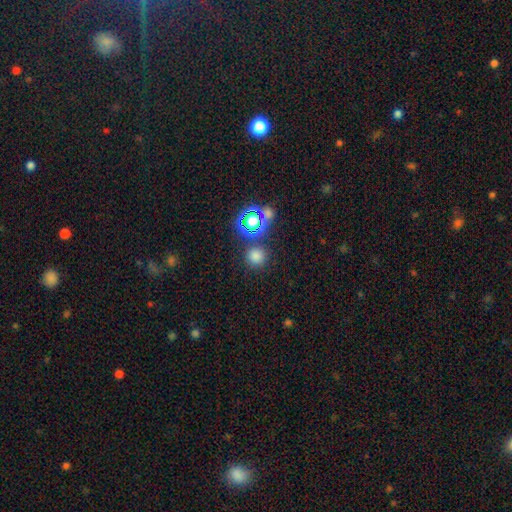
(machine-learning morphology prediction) Q: Smooth or featured?
A: smooth (73%); runner-up: star or artifact (22%)
Q: How rounded?
A: round (93%); runner-up: in between (6%)
Q: Merging?
A: none (82%); runner-up: merger (7%)